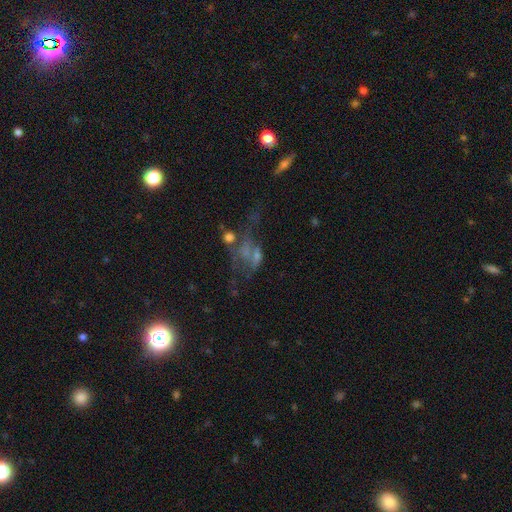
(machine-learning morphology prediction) Smooth or featured? featured or disk (47%)
Merging? major disturbance (36%)